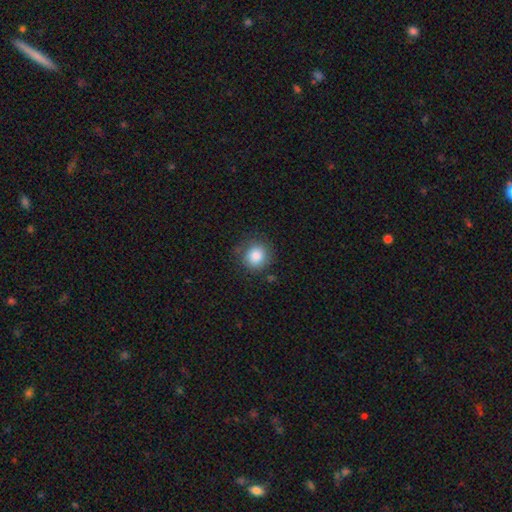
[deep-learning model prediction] A smooth galaxy with no disk features (85%) that is round (87%). Merging: none (78%).